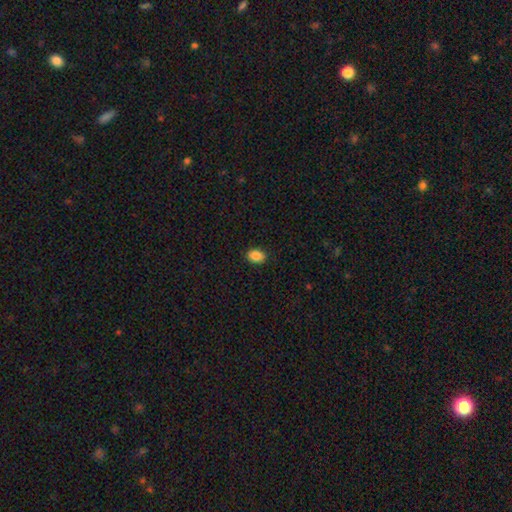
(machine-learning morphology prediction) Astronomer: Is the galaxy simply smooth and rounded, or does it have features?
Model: smooth — 87%.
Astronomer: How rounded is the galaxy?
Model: in between — 72%.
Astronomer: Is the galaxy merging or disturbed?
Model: none — 90%.